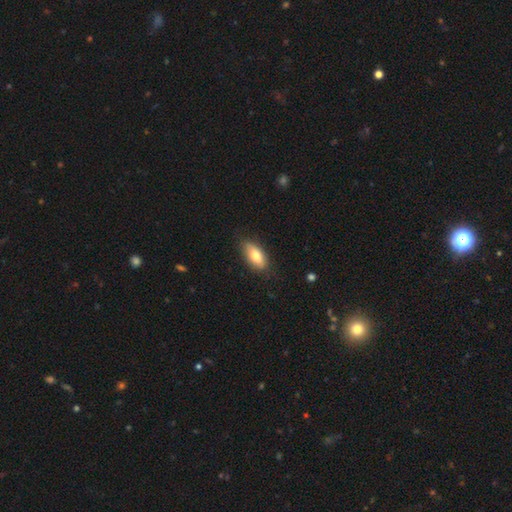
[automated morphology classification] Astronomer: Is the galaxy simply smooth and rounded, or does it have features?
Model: smooth — 77%.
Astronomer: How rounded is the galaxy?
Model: in between — 88%.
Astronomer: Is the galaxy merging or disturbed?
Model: none — 80%.